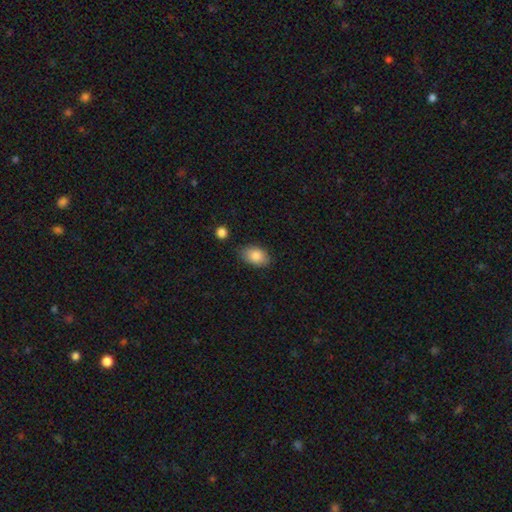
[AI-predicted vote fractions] This is clearly a smooth galaxy (85%). How rounded: clearly in between (89%). Merging: clearly none (80%).